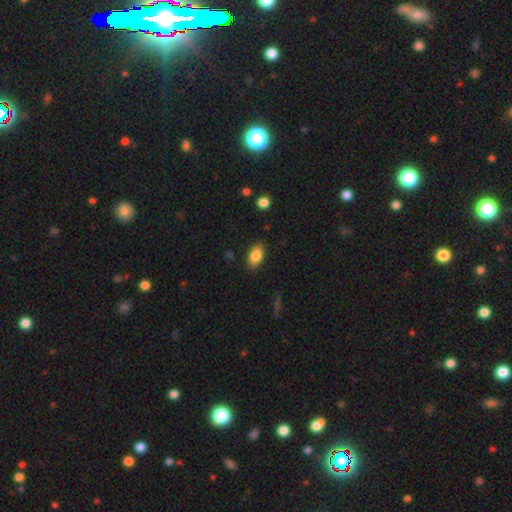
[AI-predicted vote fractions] Smooth or featured: smooth — 84% (featured or disk — 8%)
How rounded: in between — 91% (round — 6%)
Merging: none — 86% (minor disturbance — 10%)